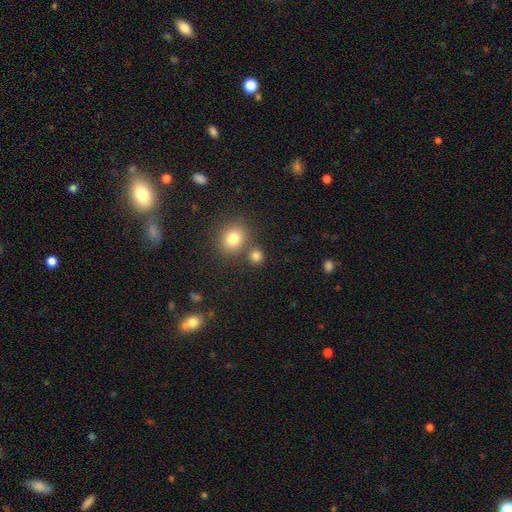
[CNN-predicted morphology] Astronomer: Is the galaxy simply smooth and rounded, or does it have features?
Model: smooth — 81%.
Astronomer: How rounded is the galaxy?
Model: round — 83%.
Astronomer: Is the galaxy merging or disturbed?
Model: none — 72%.